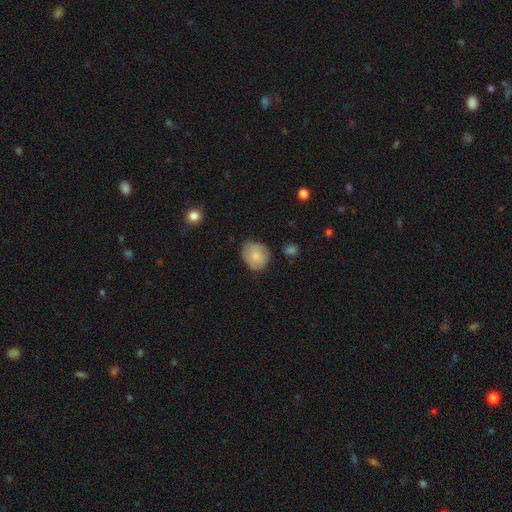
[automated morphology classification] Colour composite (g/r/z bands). It shows a smooth galaxy with no disk features (78%) that is round (73%). Merging: none (68%).